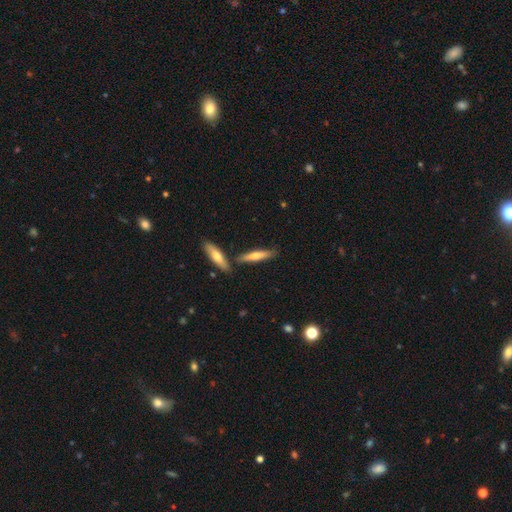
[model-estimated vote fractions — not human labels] This appears to be a smooth galaxy with no disk features (57%) that is cigar-shaped (84%). Merging: none (76%).